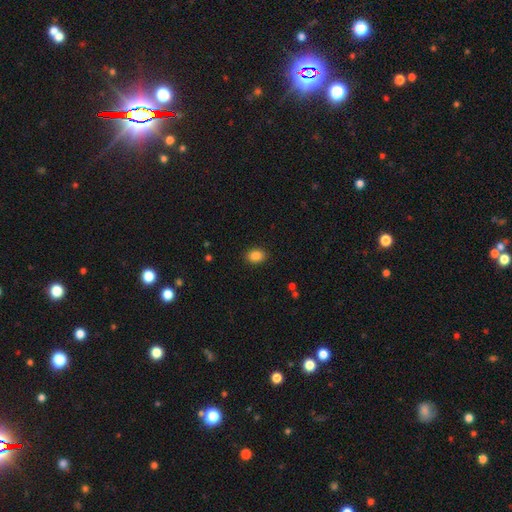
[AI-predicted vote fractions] The model was most divided on "how rounded": in between: 69%, round: 30%, cigar-shaped: 1%. More confident: merging — none (89%); smooth or featured — smooth (87%).